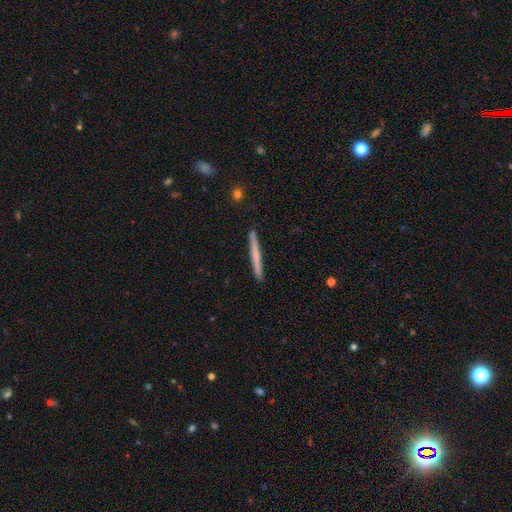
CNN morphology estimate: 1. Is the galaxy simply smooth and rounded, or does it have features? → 59% smooth, 36% featured or disk, 5% star or artifact.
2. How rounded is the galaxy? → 97% cigar-shaped, 2% in between, 1% round.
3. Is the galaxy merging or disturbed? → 92% none, 6% minor disturbance, 1% merger, 1% major disturbance.